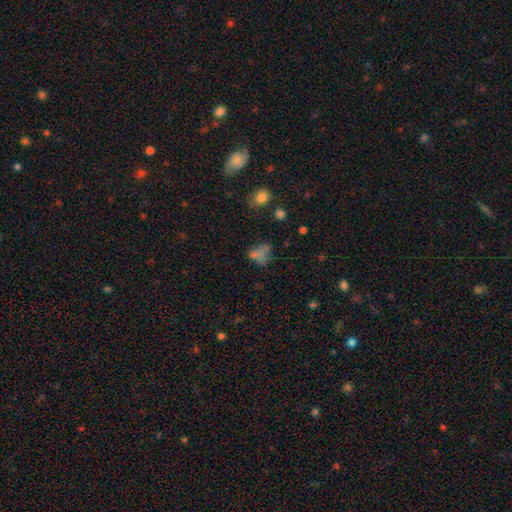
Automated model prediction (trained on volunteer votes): This appears to be a smooth galaxy with no disk features (55%) that is in between round and cigar-shaped (57%). Merging: none (44%).